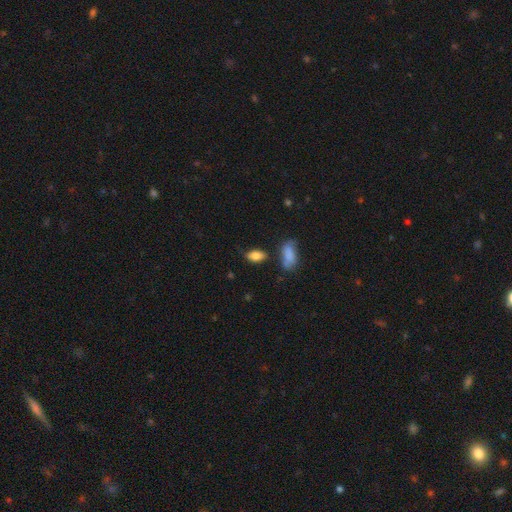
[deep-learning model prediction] Smooth or featured: smooth — 84% (star or artifact — 8%)
How rounded: in between — 90% (round — 6%)
Merging: none — 71% (minor disturbance — 18%)